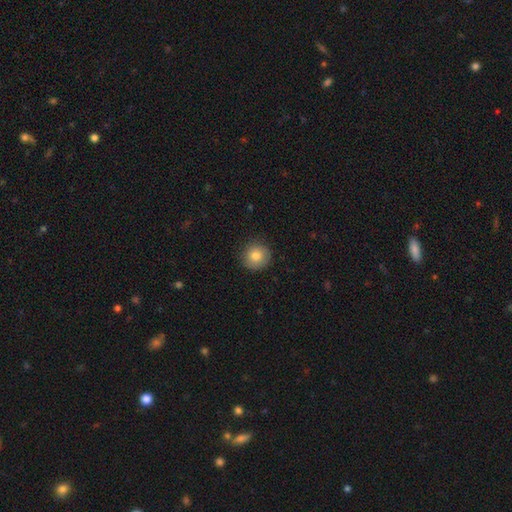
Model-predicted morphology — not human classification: Smooth or featured? smooth (82%)
How rounded? round (94%)
Merging? none (88%)